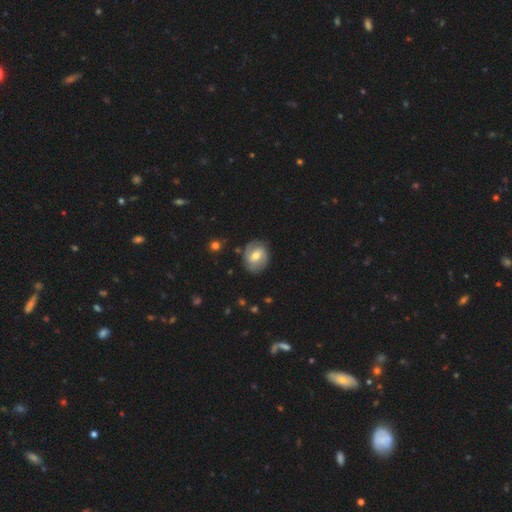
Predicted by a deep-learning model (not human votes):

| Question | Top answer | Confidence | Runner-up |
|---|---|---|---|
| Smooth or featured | featured or disk | 57% | smooth (36%) |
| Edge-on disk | no | 96% | yes (4%) |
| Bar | weak | 50% | no (30%) |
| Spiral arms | yes | 78% | no (22%) |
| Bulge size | moderate | 66% | small (27%) |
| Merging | none | 80% | minor disturbance (14%) |